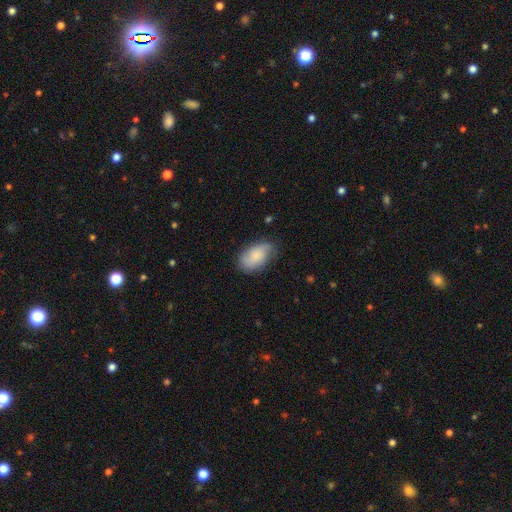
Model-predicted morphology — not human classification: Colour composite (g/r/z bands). It shows a smooth galaxy with no disk features (77%) that is in between round and cigar-shaped (92%). Merging: none (69%).